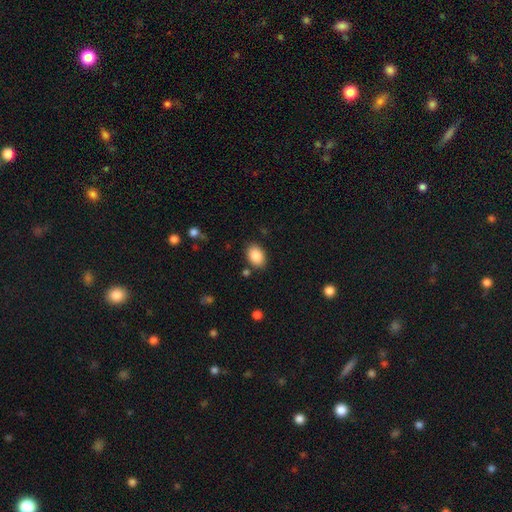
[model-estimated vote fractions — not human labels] This appears to be a smooth galaxy with no disk features (87%) that is in between round and cigar-shaped (81%). Merging: none (84%).